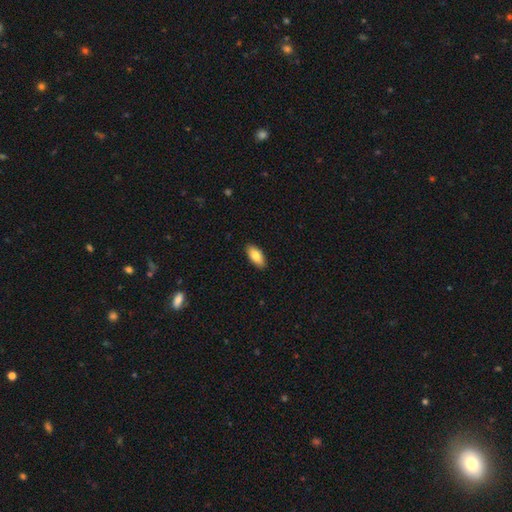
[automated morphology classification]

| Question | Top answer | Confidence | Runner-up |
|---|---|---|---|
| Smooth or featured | smooth | 84% | featured or disk (10%) |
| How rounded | in between | 90% | cigar-shaped (8%) |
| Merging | none | 90% | minor disturbance (8%) |